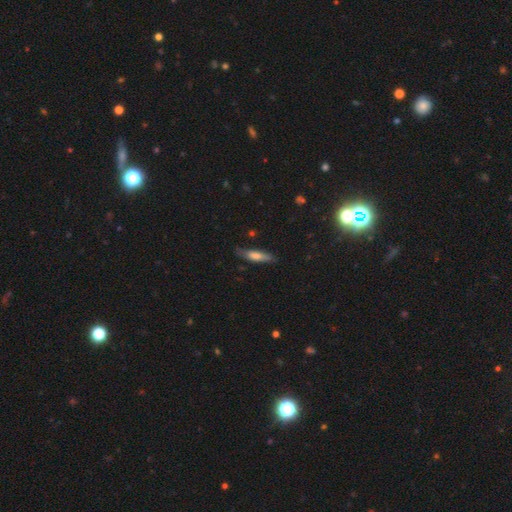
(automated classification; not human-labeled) This is likely a smooth galaxy (62%). How rounded: likely cigar-shaped (74%). Merging: likely none (77%).